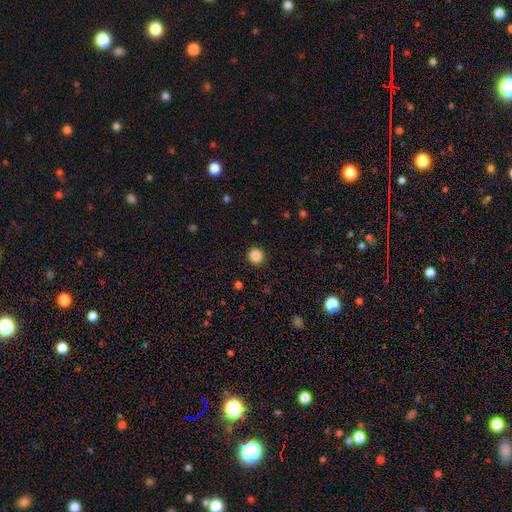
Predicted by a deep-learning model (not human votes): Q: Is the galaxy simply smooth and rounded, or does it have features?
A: smooth — 85%.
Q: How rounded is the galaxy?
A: round — 94%.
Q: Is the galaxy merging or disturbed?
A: none — 92%.